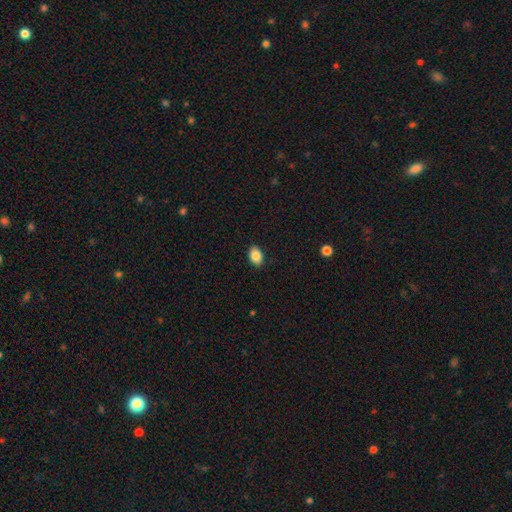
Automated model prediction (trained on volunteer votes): Q: Smooth or featured?
A: smooth (87%); runner-up: star or artifact (8%)
Q: How rounded?
A: in between (83%); runner-up: round (16%)
Q: Merging?
A: none (88%); runner-up: minor disturbance (9%)